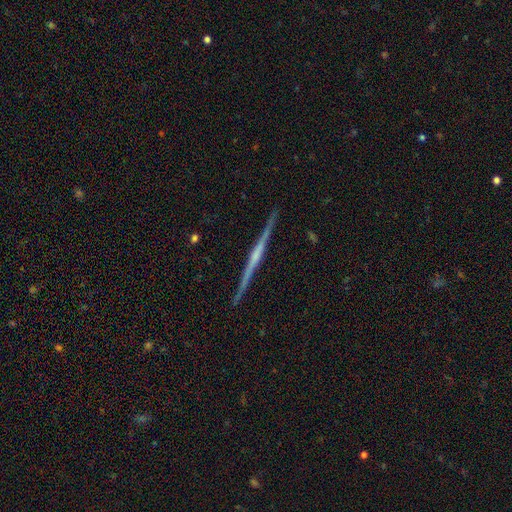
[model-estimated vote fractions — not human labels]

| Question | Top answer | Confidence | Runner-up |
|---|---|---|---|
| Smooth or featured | featured or disk | 82% | smooth (13%) |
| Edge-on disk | yes | 99% | no (1%) |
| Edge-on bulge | rounded | 44% | none (38%) |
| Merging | none | 92% | minor disturbance (6%) |